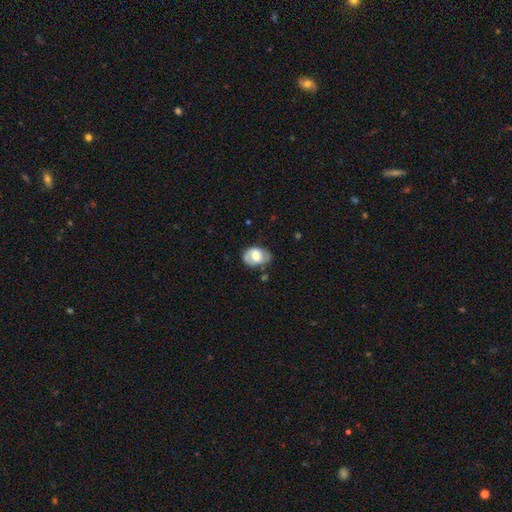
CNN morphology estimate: This appears to be a smooth galaxy with no disk features (54%) that is in between round and cigar-shaped (78%). Merging: none (60%).